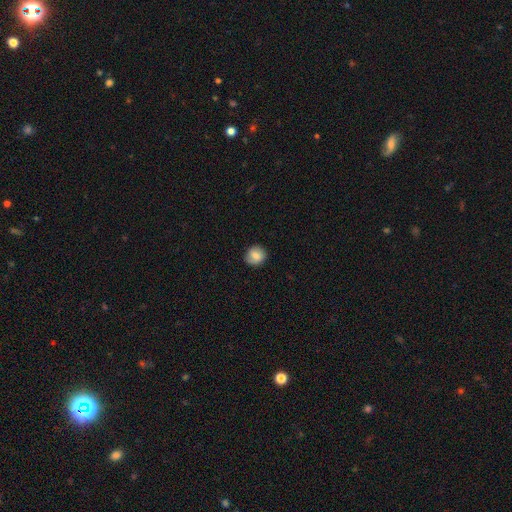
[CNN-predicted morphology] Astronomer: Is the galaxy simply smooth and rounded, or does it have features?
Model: smooth — 79%.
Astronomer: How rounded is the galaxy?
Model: round — 84%.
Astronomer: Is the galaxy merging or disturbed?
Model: none — 86%.